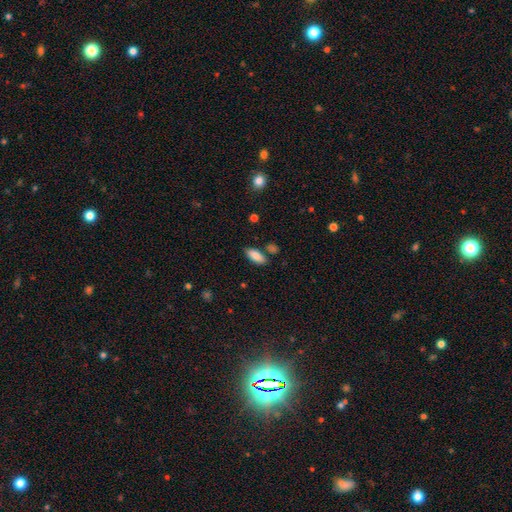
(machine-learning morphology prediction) Smooth or featured? smooth (86%)
How rounded? in between (82%)
Merging? none (77%)